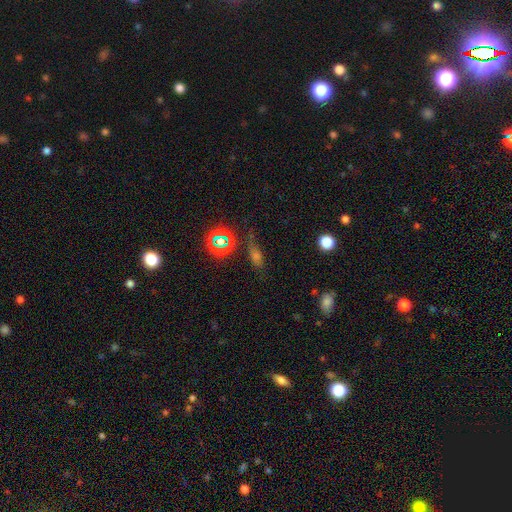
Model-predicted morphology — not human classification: Smooth or featured? Predicted: smooth (p=0.46). Merging? Predicted: none (p=0.68).